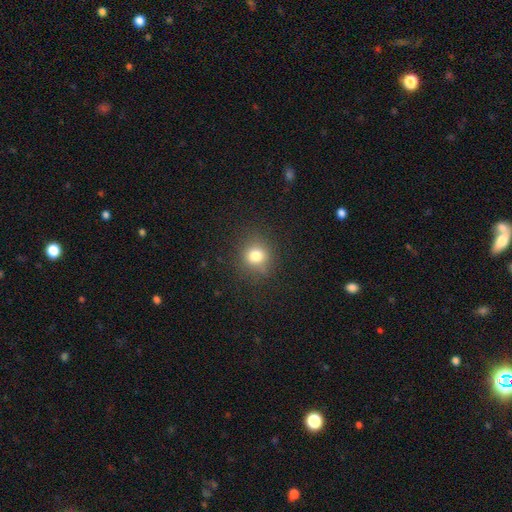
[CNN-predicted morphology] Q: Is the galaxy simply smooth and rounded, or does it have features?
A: smooth — 78%.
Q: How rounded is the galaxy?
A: round — 84%.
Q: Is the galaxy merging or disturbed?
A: none — 84%.